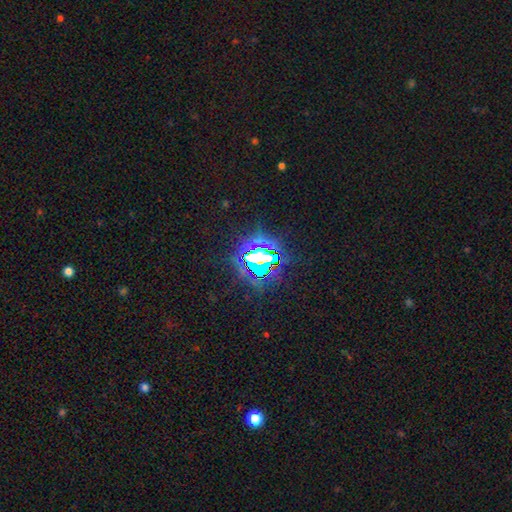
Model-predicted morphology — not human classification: smooth_or_featured: star or artifact (p=0.75) [alt: smooth p=0.14]